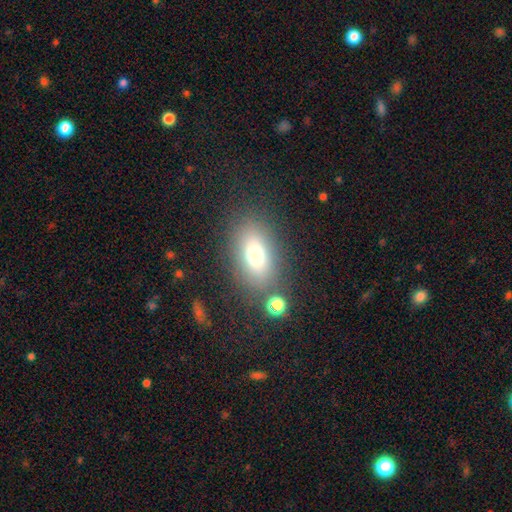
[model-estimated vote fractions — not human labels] A smooth galaxy with no disk features (71%) that is in between round and cigar-shaped (81%). Merging: none (78%).